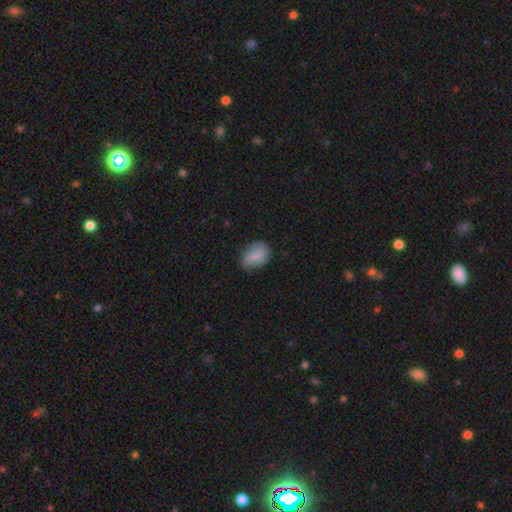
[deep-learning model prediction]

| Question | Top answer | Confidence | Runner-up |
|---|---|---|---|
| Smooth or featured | smooth | 74% | featured or disk (18%) |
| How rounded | in between | 79% | round (20%) |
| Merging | none | 71% | minor disturbance (23%) |